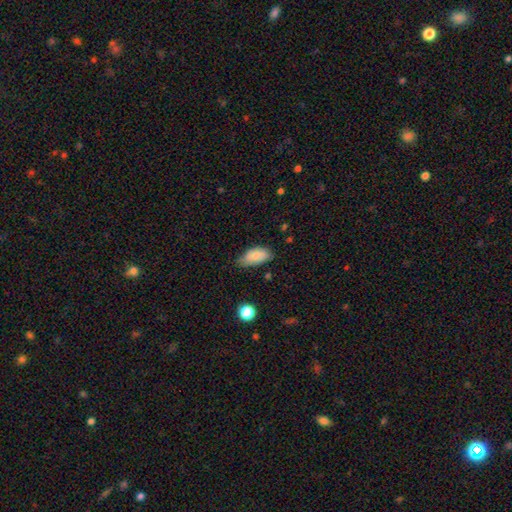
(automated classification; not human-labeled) smooth-or-featured: smooth: 79% | featured or disk: 13% | star or artifact: 7%
  how-rounded: in between: 93% | round: 4% | cigar-shaped: 3%
  merging: none: 59% | minor disturbance: 34% | major disturbance: 6% | merger: 2%